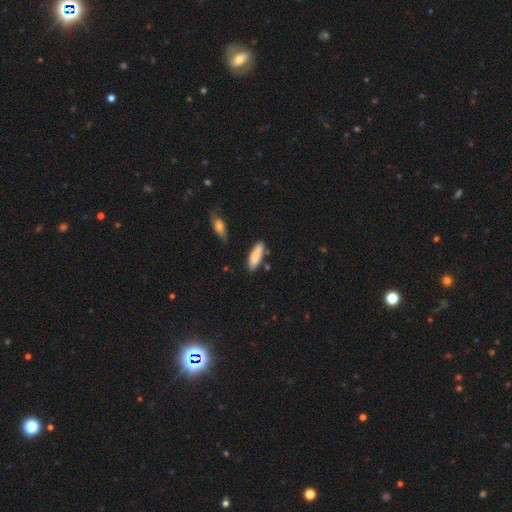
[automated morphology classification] Q: Smooth or featured?
A: smooth (86%); runner-up: featured or disk (8%)
Q: How rounded?
A: in between (54%); runner-up: cigar-shaped (45%)
Q: Merging?
A: none (77%); runner-up: minor disturbance (15%)